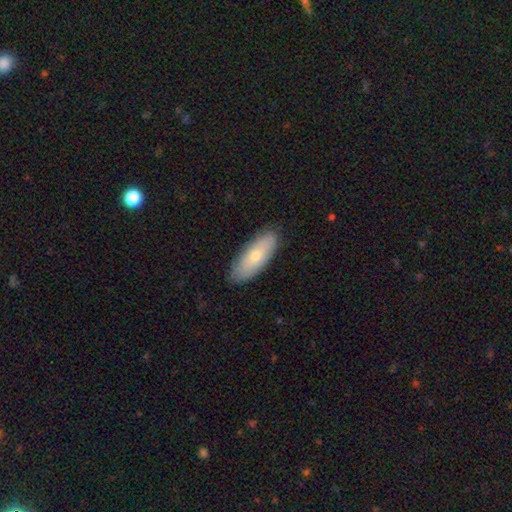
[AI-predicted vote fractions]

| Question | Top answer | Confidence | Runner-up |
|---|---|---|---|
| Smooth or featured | smooth | 68% | featured or disk (26%) |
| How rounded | in between | 74% | cigar-shaped (24%) |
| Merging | none | 86% | minor disturbance (11%) |